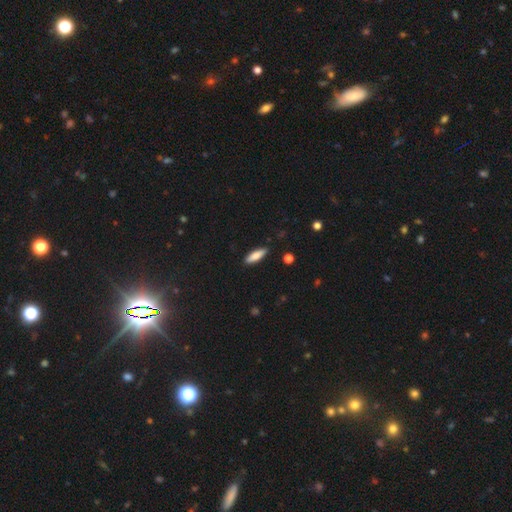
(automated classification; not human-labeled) This appears to be a smooth galaxy with no disk features (80%) that is cigar-shaped (53%). Merging: none (88%).